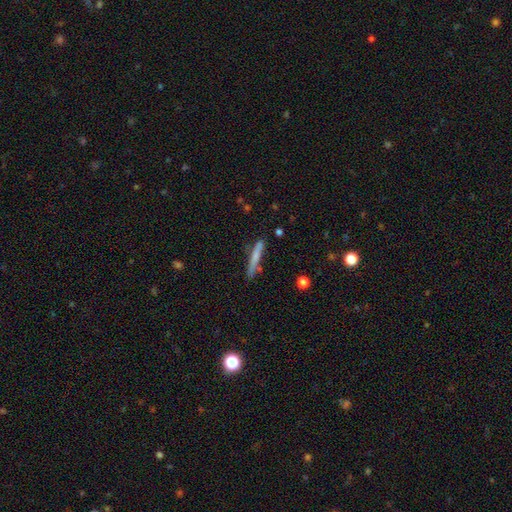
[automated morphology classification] type=smooth (62%); roundness=cigar-shaped (95%); merging=none (77%).